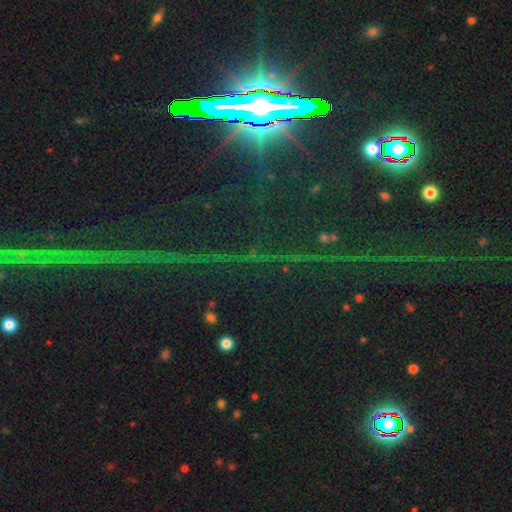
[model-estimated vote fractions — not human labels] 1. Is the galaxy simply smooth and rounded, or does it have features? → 84% star or artifact, 10% featured or disk, 6% smooth.